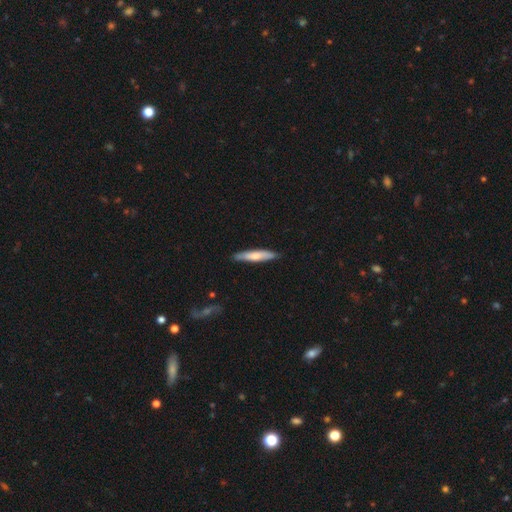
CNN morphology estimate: type=smooth (64%); roundness=cigar-shaped (87%); merging=none (86%).